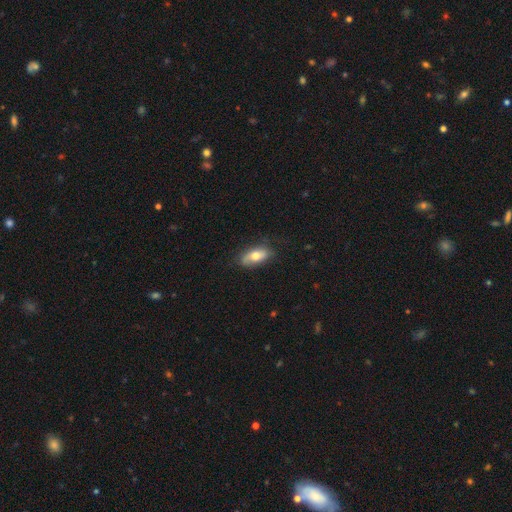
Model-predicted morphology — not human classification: Smooth or featured? Predicted: smooth (p=0.67). How rounded? Predicted: in between (p=0.87). Merging? Predicted: none (p=0.73).